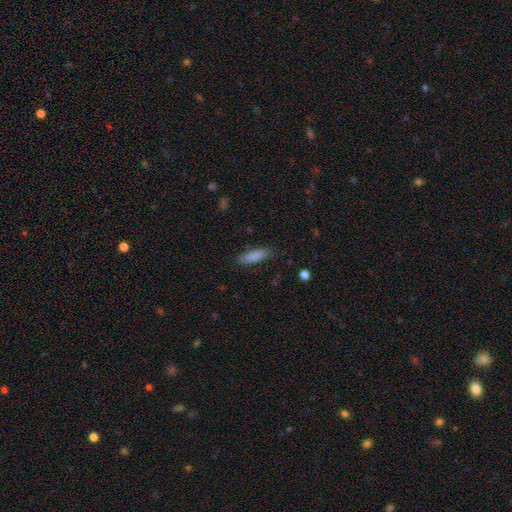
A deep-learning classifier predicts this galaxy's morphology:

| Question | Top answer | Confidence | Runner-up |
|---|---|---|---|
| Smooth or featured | smooth | 85% | featured or disk (8%) |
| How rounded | cigar-shaped | 54% | in between (44%) |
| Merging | none | 81% | minor disturbance (15%) |